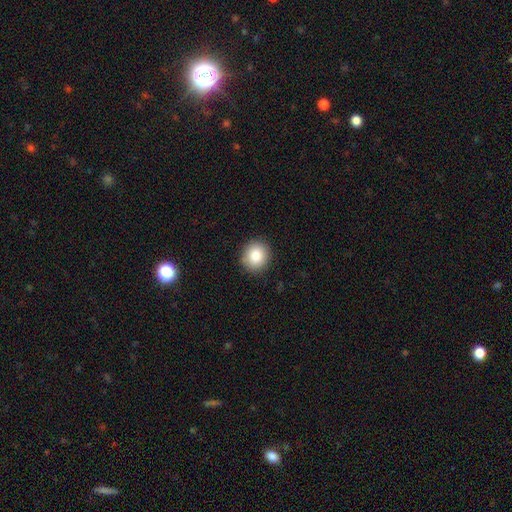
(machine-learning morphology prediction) Smooth or featured?
  - smooth: 84% *
  - star or artifact: 9%
  - featured or disk: 7%
How rounded?
  - round: 85% *
  - in between: 14%
  - cigar-shaped: 1%
Merging?
  - none: 90% *
  - minor disturbance: 7%
  - major disturbance: 2%
  - merger: 1%